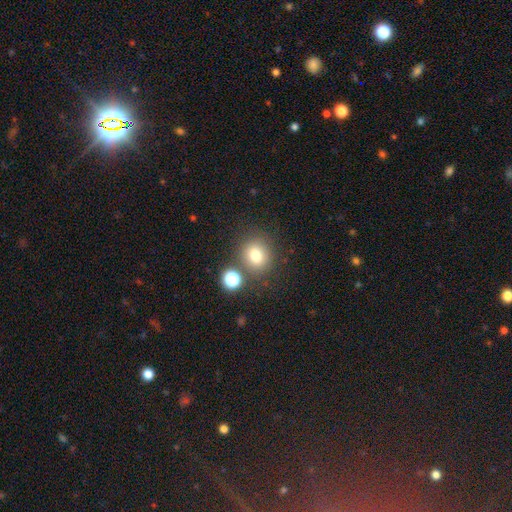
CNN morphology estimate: This is likely a smooth galaxy (76%). How rounded: likely round (75%). Merging: likely none (75%).